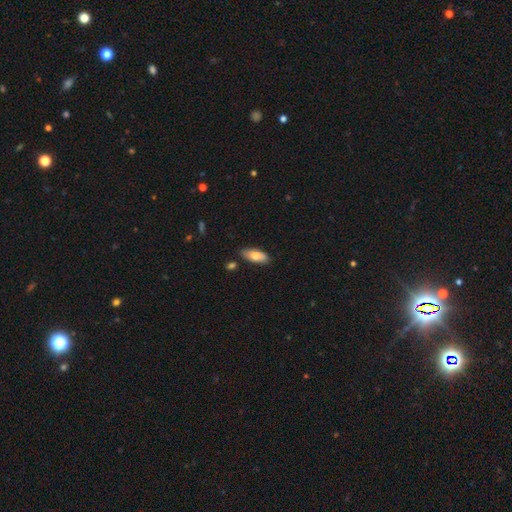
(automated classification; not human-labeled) smooth_or_featured: smooth (p=0.76) [alt: featured or disk p=0.18]
how_rounded: in between (p=0.83) [alt: cigar-shaped p=0.15]
merging: none (p=0.81) [alt: minor disturbance p=0.14]